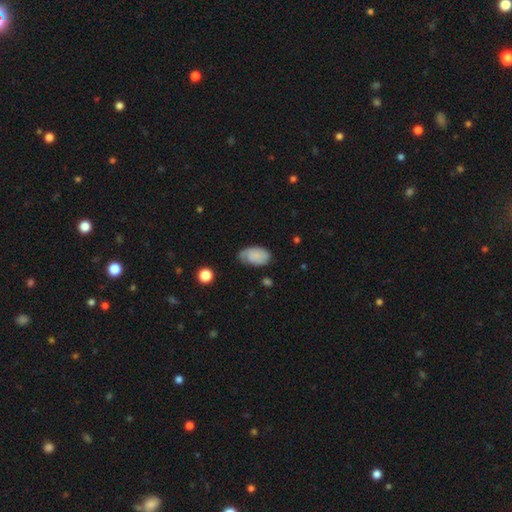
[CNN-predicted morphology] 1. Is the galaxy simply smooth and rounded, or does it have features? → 65% smooth, 28% featured or disk, 7% star or artifact.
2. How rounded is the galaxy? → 91% in between, 7% round, 2% cigar-shaped.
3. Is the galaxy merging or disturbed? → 54% none, 34% minor disturbance, 10% major disturbance, 2% merger.